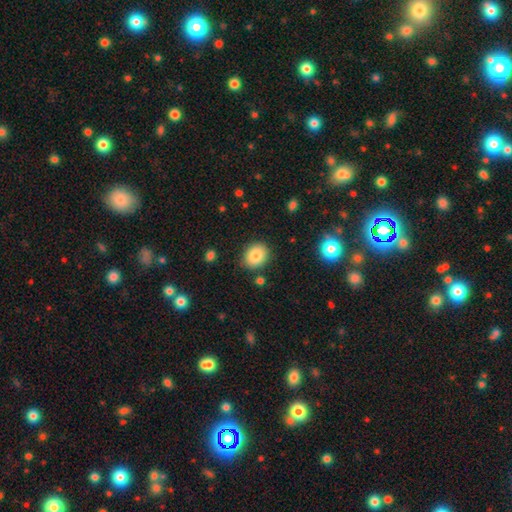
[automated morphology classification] Q: Smooth or featured?
A: smooth (82%); runner-up: star or artifact (9%)
Q: How rounded?
A: round (56%); runner-up: in between (43%)
Q: Merging?
A: none (84%); runner-up: minor disturbance (11%)